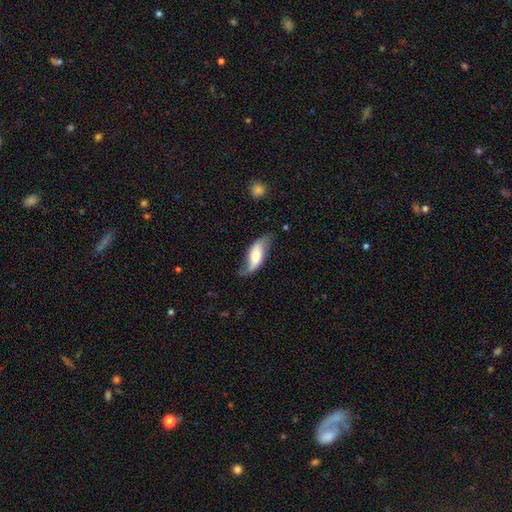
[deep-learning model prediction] featured or disk 52%, smooth 42%, star or artifact 6%. Down the decision tree: edge-on disk — no (82%); merging — none (54%).